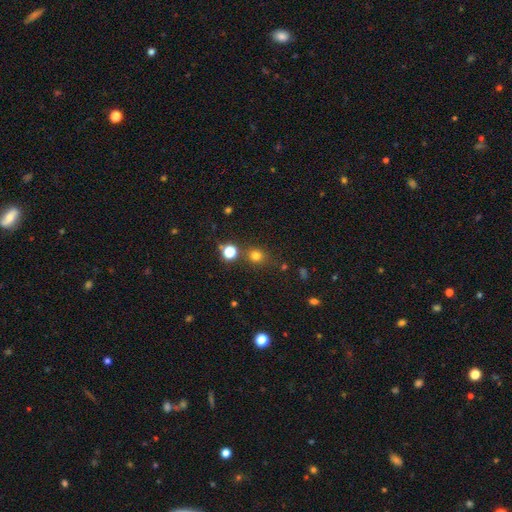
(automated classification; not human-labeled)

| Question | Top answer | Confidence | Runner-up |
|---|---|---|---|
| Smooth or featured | smooth | 74% | star or artifact (20%) |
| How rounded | round | 83% | in between (16%) |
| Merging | none | 76% | minor disturbance (11%) |